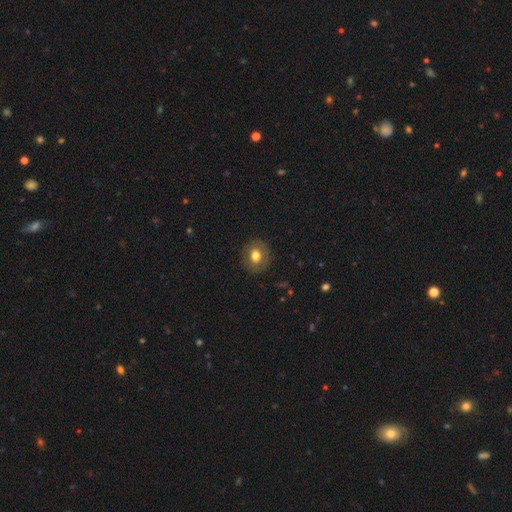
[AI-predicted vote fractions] Smooth or featured? Predicted: smooth (p=0.73). How rounded? Predicted: round (p=0.72). Merging? Predicted: none (p=0.87).